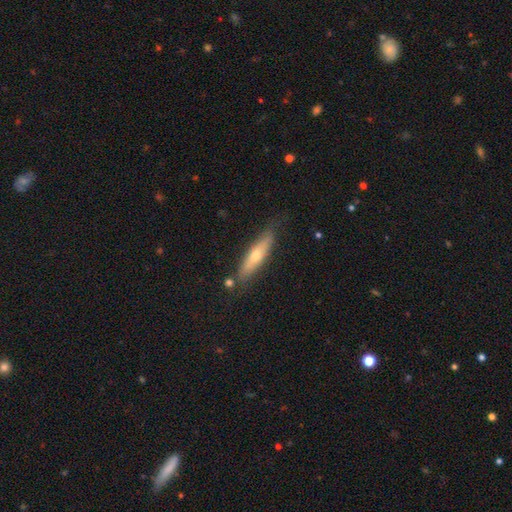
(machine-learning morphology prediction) Smooth or featured: featured or disk — 49% (smooth — 43%)
Merging: none — 80% (minor disturbance — 15%)